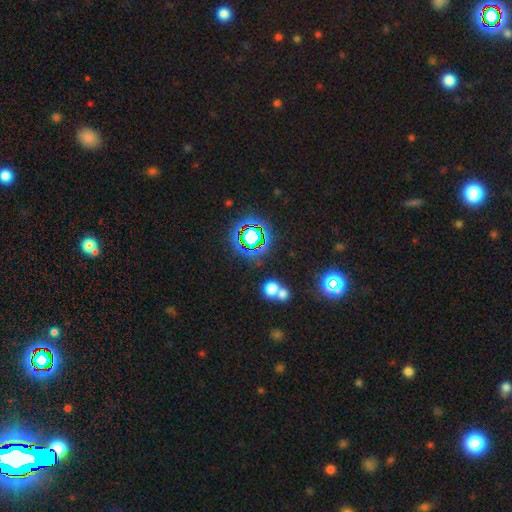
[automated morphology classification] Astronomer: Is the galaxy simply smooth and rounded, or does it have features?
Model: star or artifact — 70%.